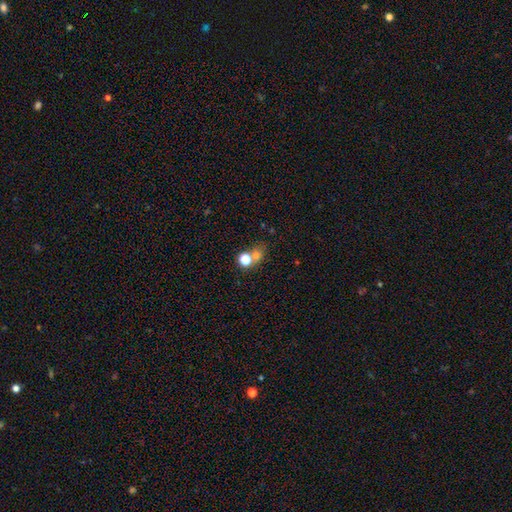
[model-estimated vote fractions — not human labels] Smooth or featured? smooth (64%)
How rounded? round (71%)
Merging? none (50%)